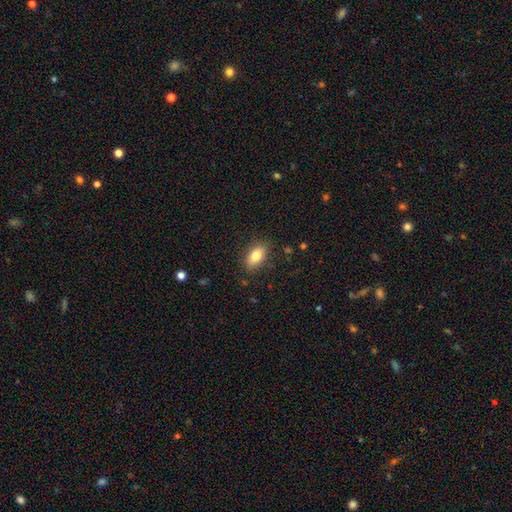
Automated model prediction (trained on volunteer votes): A smooth galaxy with no disk features (83%) that is in between round and cigar-shaped (89%).

Vote fractions:
- Smooth or featured? smooth: 83% / featured or disk: 10% / star or artifact: 8%
- How rounded? in between: 89% / cigar-shaped: 6% / round: 5%
- Merging? none: 85% / minor disturbance: 11% / major disturbance: 3% / merger: 1%